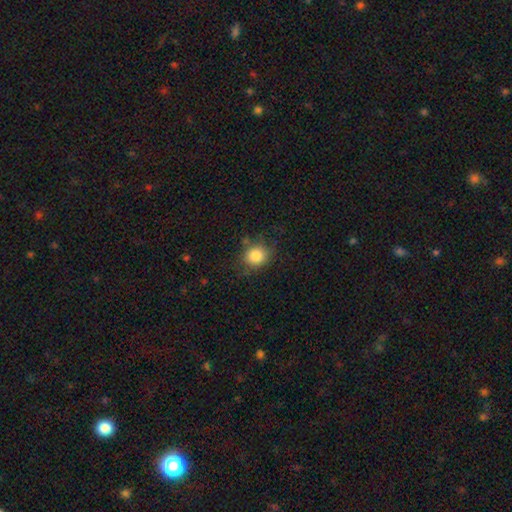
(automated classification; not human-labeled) A smooth galaxy with no disk features (84%) that is round (72%).

Vote fractions:
- Smooth or featured? smooth: 84% / star or artifact: 10% / featured or disk: 6%
- How rounded? round: 72% / in between: 27% / cigar-shaped: 1%
- Merging? none: 74% / minor disturbance: 17% / major disturbance: 5% / merger: 3%